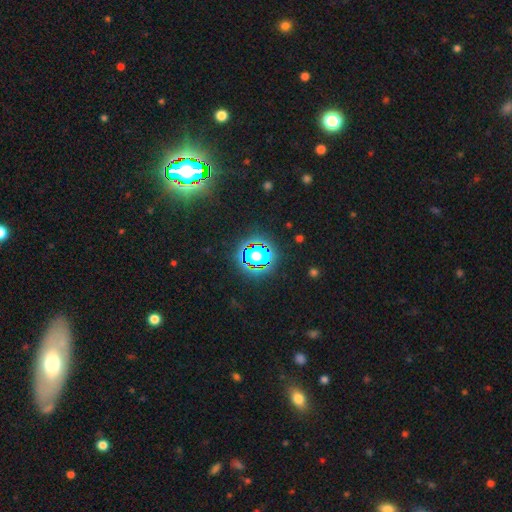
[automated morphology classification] Q: Smooth or featured?
A: star or artifact (63%); runner-up: smooth (24%)